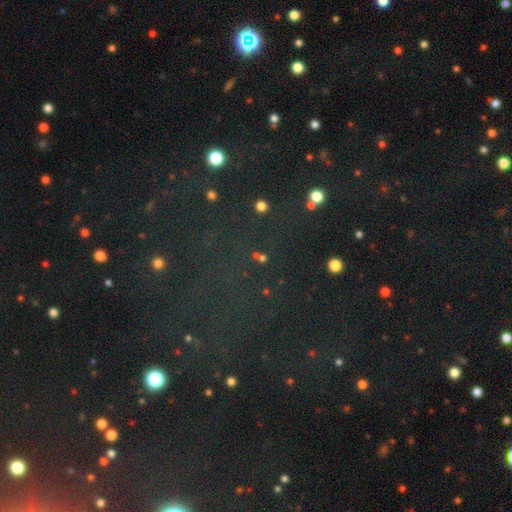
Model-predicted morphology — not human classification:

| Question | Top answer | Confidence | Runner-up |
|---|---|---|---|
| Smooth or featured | star or artifact | 62% | smooth (29%) |